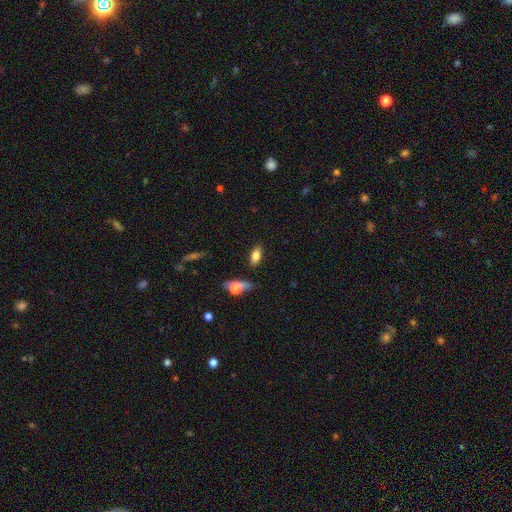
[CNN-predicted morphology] This is likely a smooth galaxy (77%). How rounded: clearly in between (86%). Merging: clearly none (82%).